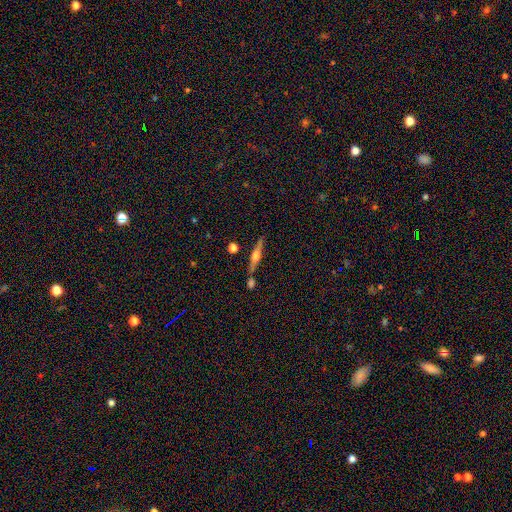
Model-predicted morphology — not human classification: The model was most divided on "smooth or featured": featured or disk: 71%, smooth: 22%, star or artifact: 7%. More confident: edge-on disk — yes (97%); edge-on bulge — rounded (90%); merging — none (77%).